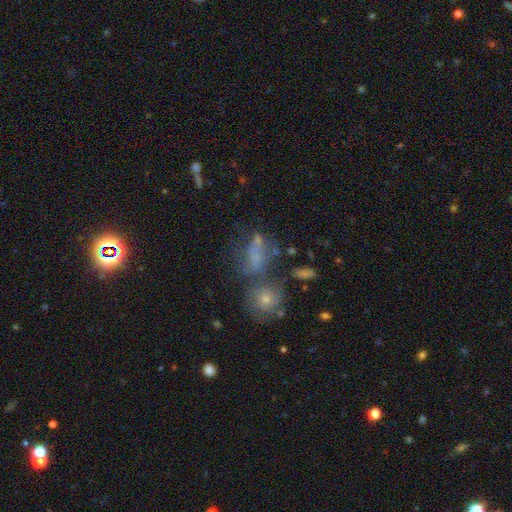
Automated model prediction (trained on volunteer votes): Overall: smooth (53%; featured or disk 28%). How rounded: in between (66%). Merging: none (32%, tied with merger).